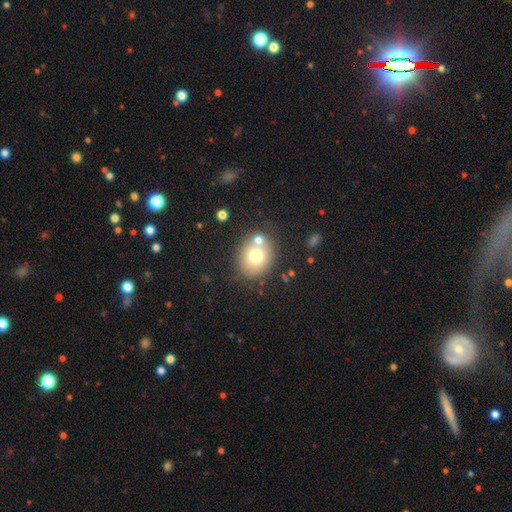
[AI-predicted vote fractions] A smooth galaxy with no disk features (70%) that is round (65%).

Vote fractions:
- Smooth or featured? smooth: 70% / featured or disk: 18% / star or artifact: 12%
- How rounded? round: 65% / in between: 34% / cigar-shaped: 1%
- Merging? none: 68% / merger: 17% / minor disturbance: 11% / major disturbance: 4%